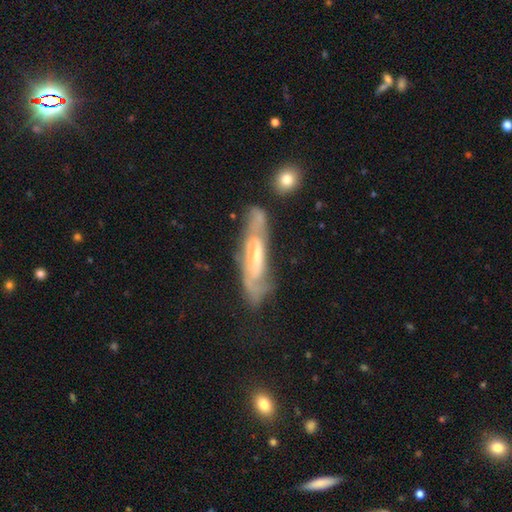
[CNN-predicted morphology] smooth_or_featured: featured or disk (p=0.78) [alt: smooth p=0.16]
disk_edge_on: no (p=0.73) [alt: yes p=0.27]
bar: weak (p=0.47) [alt: no p=0.35]
has_spiral_arms: yes (p=0.86) [alt: no p=0.14]
bulge_size: small (p=0.52) [alt: moderate p=0.40]
merging: none (p=0.63) [alt: minor disturbance p=0.22]